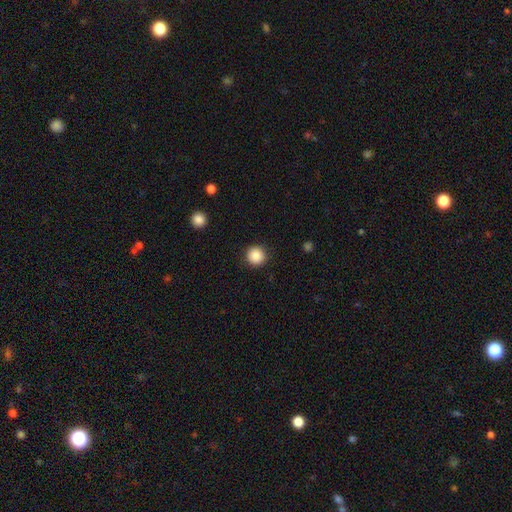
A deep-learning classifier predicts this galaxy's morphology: A smooth galaxy with no disk features (87%) that is round (95%). Merging: none (92%).